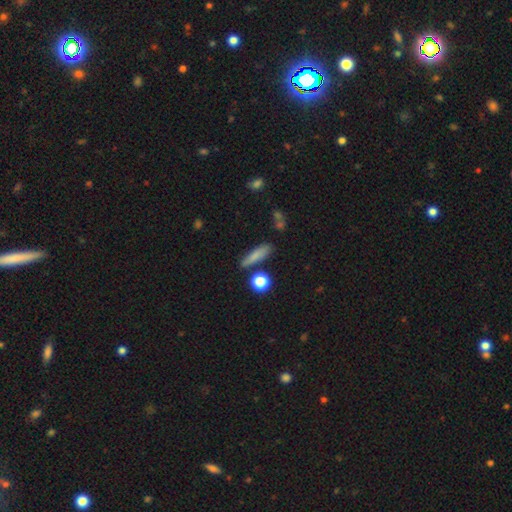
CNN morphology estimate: Overall: smooth (78%). How rounded: cigar-shaped (67%). Merging: none (76%).